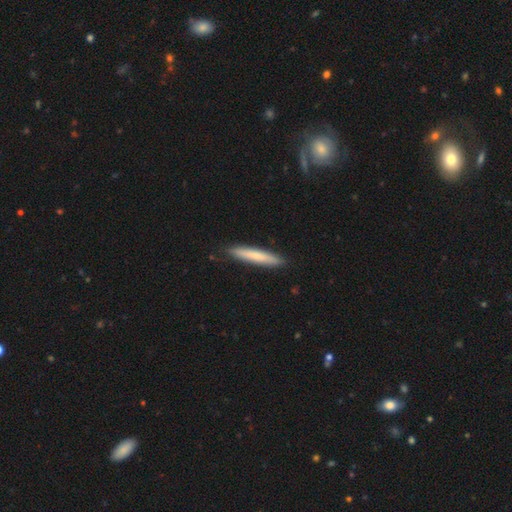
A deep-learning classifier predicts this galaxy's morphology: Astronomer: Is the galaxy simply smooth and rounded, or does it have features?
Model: smooth — 68%.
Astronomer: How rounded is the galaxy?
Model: cigar-shaped — 93%.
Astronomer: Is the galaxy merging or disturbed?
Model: none — 89%.